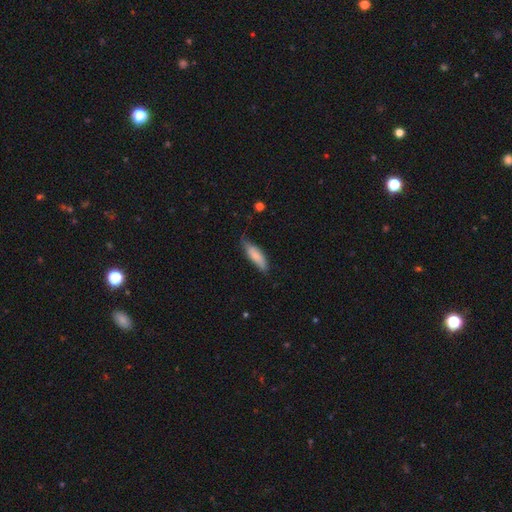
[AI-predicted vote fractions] Q: Smooth or featured?
A: smooth (77%); runner-up: featured or disk (17%)
Q: How rounded?
A: cigar-shaped (50%); runner-up: in between (49%)
Q: Merging?
A: none (61%); runner-up: minor disturbance (32%)